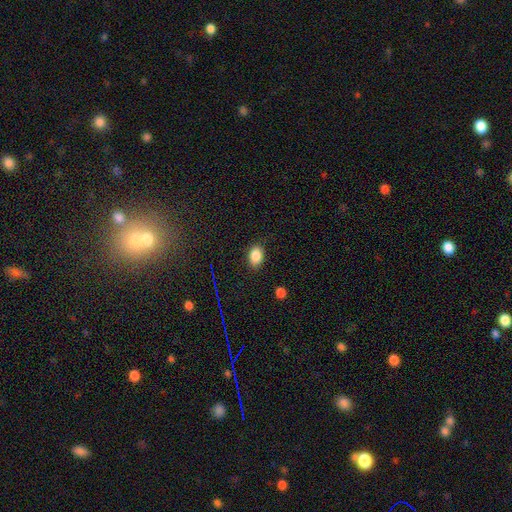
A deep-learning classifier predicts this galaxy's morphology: Overall: smooth (86%). How rounded: in between (84%). Merging: none (83%).